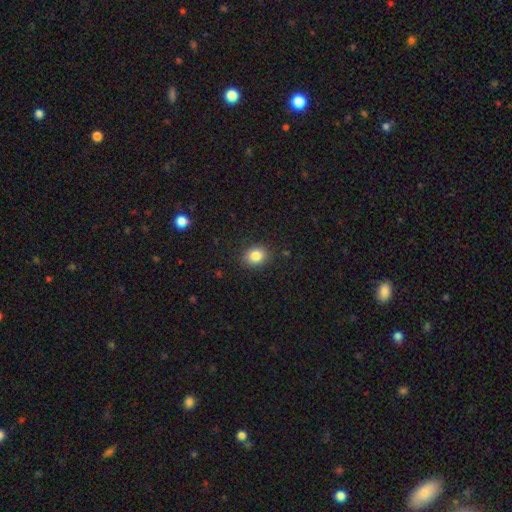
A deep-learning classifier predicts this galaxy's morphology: The model was most divided on "how rounded": round: 58%, in between: 42%, cigar-shaped: 1%. More confident: merging — none (88%); smooth or featured — smooth (85%).